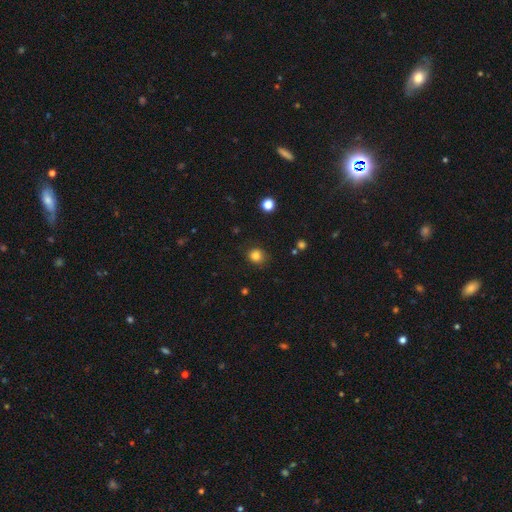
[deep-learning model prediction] This is clearly a smooth galaxy (83%). How rounded: clearly round (84%). Merging: clearly none (84%).